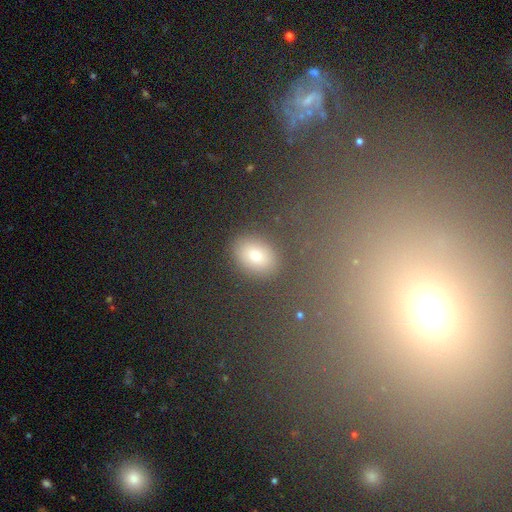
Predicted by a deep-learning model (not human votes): Overall: smooth (73%). How rounded: in between (68%; round 30%). Merging: none (83%).